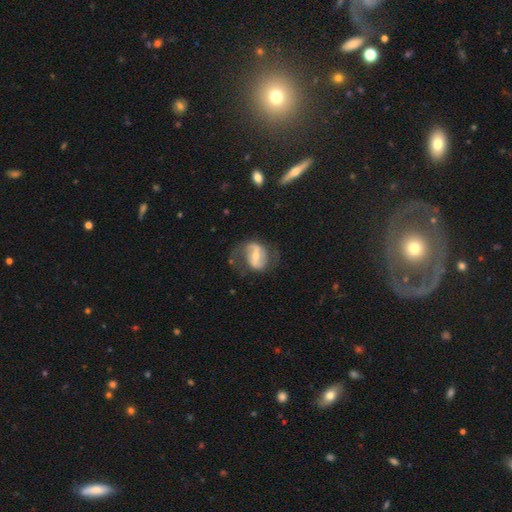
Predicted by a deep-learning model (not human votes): This is likely a featured or disk galaxy (78%). It is clearly not viewed edge-on (96%). Bar: possibly strong (55%). Spiral arm pattern: clearly yes (83%). Spiral arm count: clearly 2 (85%). Spiral winding: marginally medium (44%). Central bulge: possibly moderate (49%). Merging: possibly none (60%).